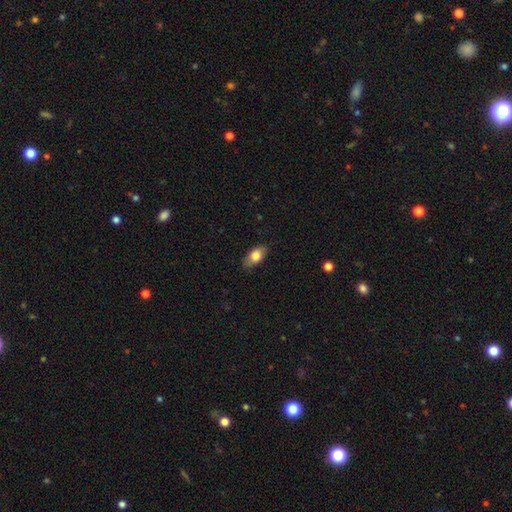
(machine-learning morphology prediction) Q: Smooth or featured?
A: smooth (79%); runner-up: featured or disk (14%)
Q: How rounded?
A: in between (90%); runner-up: cigar-shaped (5%)
Q: Merging?
A: none (82%); runner-up: minor disturbance (14%)